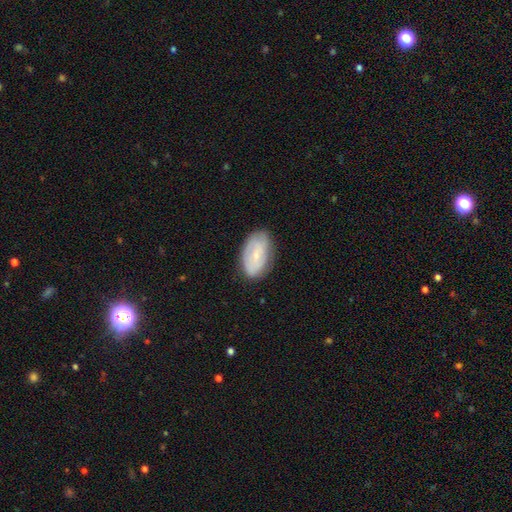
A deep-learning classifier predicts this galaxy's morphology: smooth-or-featured: smooth: 51% | featured or disk: 41% | star or artifact: 7%
  how-rounded: in between: 92% | round: 5% | cigar-shaped: 2%
  merging: none: 78% | minor disturbance: 17% | major disturbance: 4% | merger: 1%